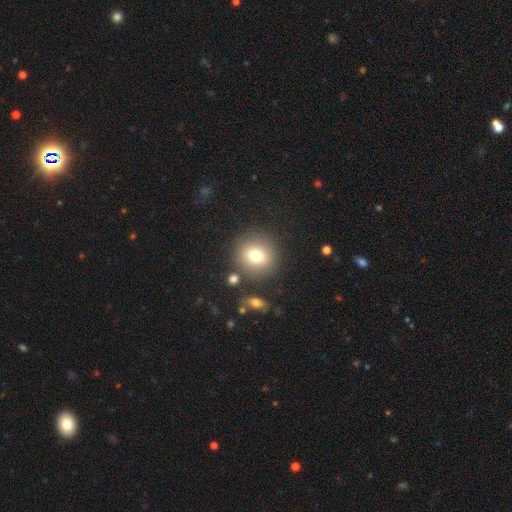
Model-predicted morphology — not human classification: This appears to be a smooth galaxy with no disk features (75%) that is round (90%). Merging: none (84%).